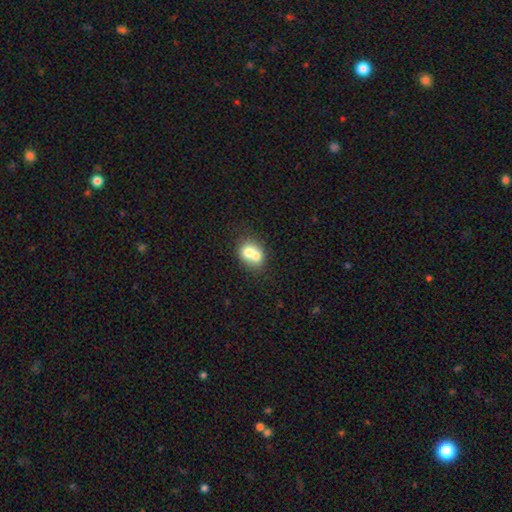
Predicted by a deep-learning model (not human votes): smooth-or-featured: smooth: 68% | featured or disk: 23% | star or artifact: 9%
  how-rounded: round: 62% | in between: 38% | cigar-shaped: 1%
  merging: merger: 65% | none: 26% | minor disturbance: 7% | major disturbance: 3%